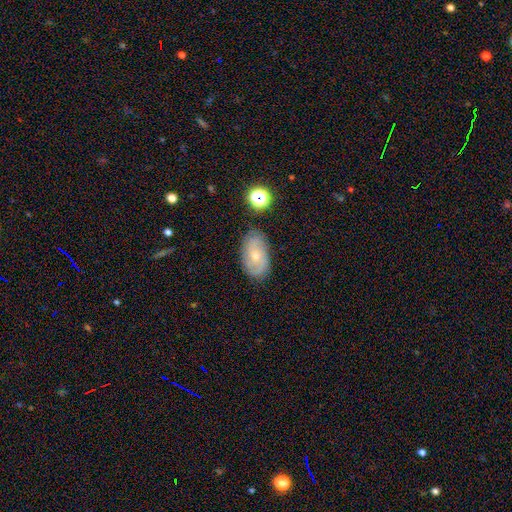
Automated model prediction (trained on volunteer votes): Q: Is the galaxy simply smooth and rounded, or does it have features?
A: featured or disk — 57%.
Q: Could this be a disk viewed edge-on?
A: no — 95%.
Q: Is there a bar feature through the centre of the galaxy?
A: no — 70%.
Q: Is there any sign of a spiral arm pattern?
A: yes — 86%.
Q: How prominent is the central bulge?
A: small — 59%.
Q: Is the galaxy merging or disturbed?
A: none — 77%.